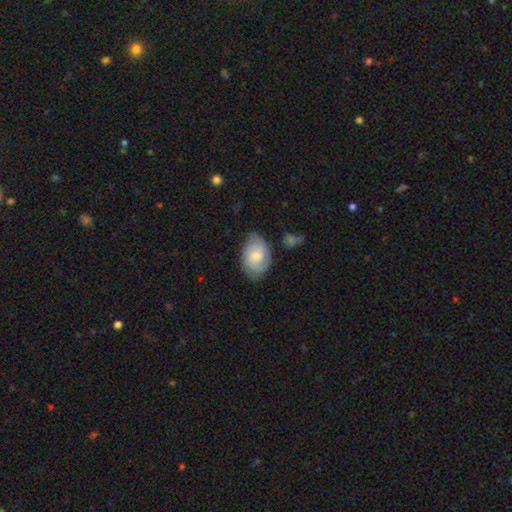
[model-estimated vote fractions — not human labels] smooth 63%, featured or disk 31%, star or artifact 6%. Down the decision tree: how rounded — in between (86%); merging — none (70%).